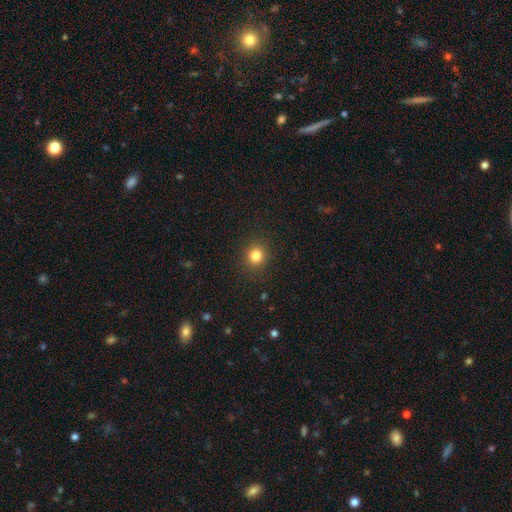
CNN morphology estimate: smooth-or-featured: smooth: 82% | star or artifact: 12% | featured or disk: 5%
  how-rounded: round: 85% | in between: 14% | cigar-shaped: 1%
  merging: none: 90% | minor disturbance: 7% | major disturbance: 3% | merger: 1%